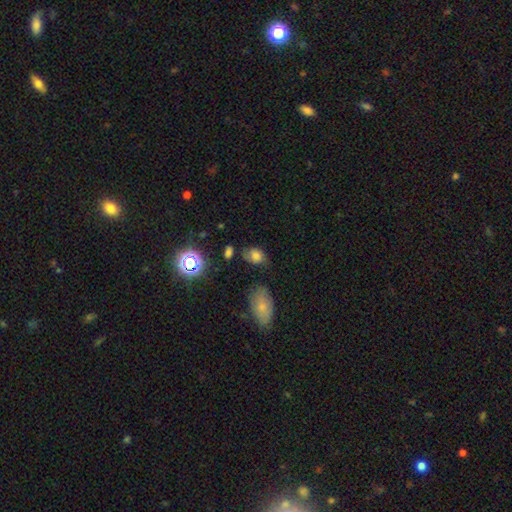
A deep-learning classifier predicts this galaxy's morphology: Smooth or featured? smooth (67%)
How rounded? in between (74%)
Merging? none (57%)